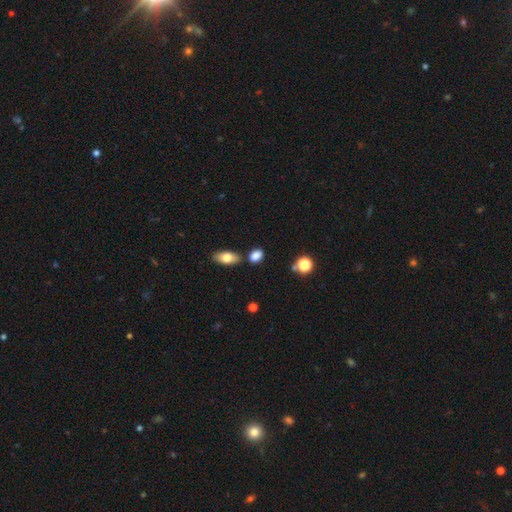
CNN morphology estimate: Overall: smooth (83%). How rounded: in between (77%). Merging: none (71%).